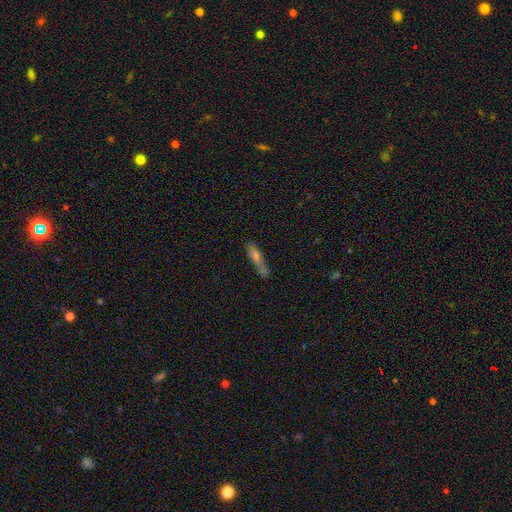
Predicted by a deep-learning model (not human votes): A smooth galaxy with no disk features (59%) that is cigar-shaped (70%). Merging: none (56%).